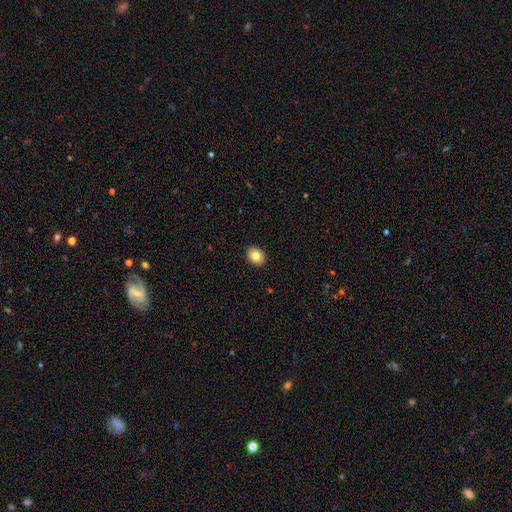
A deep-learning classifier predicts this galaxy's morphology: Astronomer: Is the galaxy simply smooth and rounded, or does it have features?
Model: smooth — 82%.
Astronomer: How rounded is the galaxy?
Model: in between — 61% (runner-up: round, 38%).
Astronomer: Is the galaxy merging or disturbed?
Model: none — 91%.